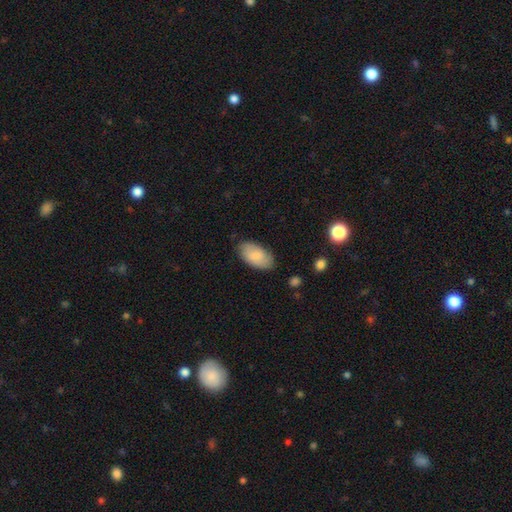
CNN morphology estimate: Smooth or featured? smooth (81%)
How rounded? in between (95%)
Merging? none (79%)